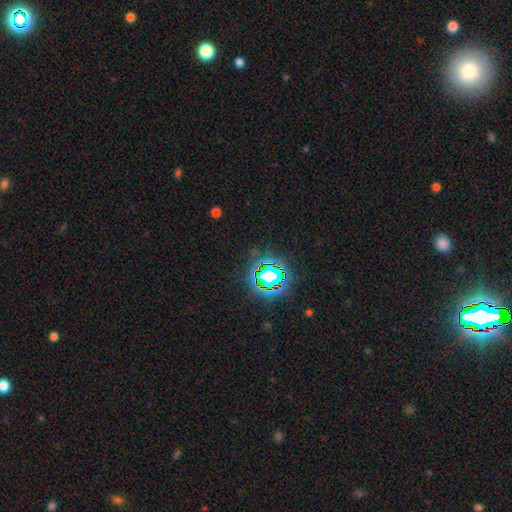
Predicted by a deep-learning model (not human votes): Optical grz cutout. It shows a star or artifact, not a galaxy (81%).